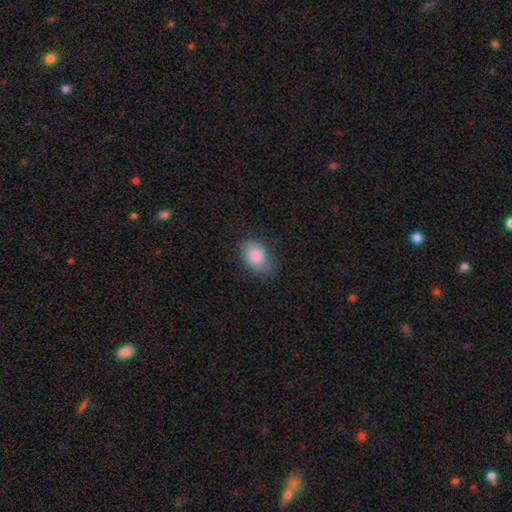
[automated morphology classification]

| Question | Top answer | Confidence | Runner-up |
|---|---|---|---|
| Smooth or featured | smooth | 83% | featured or disk (10%) |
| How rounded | in between | 82% | round (17%) |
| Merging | none | 72% | minor disturbance (22%) |